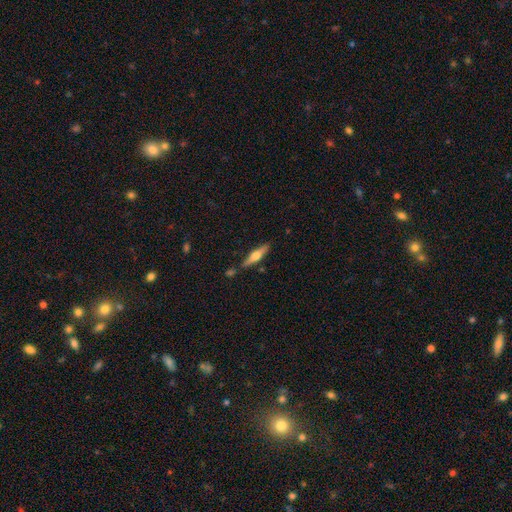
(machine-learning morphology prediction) Overall: featured or disk (56%; smooth 38%). Edge-on disk: yes (95%). Edge-on bulge: rounded (89%). Merging: none (79%).